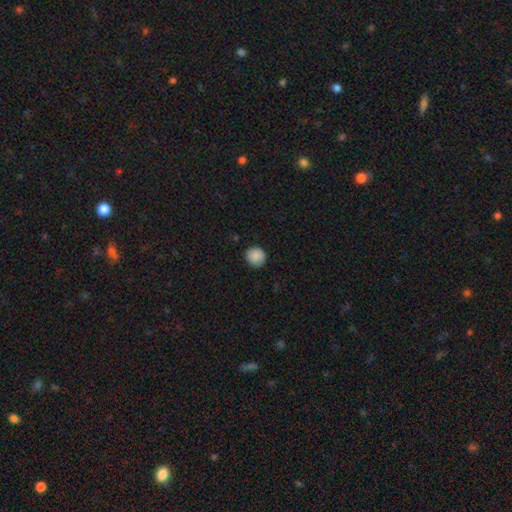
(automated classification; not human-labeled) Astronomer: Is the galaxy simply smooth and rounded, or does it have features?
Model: smooth — 89%.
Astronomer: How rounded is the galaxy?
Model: round — 90%.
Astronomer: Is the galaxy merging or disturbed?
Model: none — 88%.